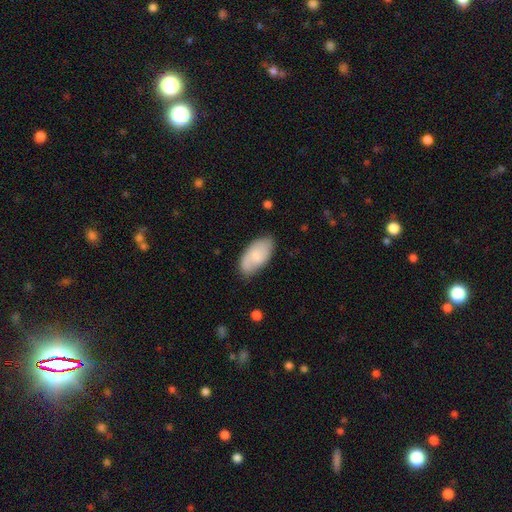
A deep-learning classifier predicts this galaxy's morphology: Smooth or featured? Predicted: smooth (p=0.63). How rounded? Predicted: in between (p=0.94). Merging? Predicted: none (p=0.73).